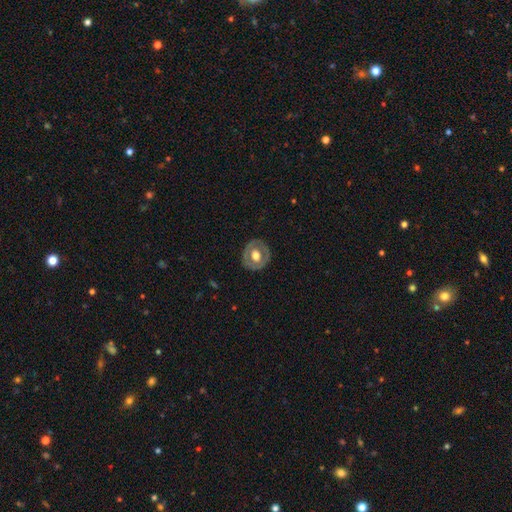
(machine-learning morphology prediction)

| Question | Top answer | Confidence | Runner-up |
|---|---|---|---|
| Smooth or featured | featured or disk | 54% | smooth (41%) |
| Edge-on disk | no | 94% | yes (6%) |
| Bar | no | 77% | weak (18%) |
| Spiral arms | no | 86% | yes (14%) |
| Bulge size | moderate | 52% | large (42%) |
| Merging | none | 82% | minor disturbance (12%) |